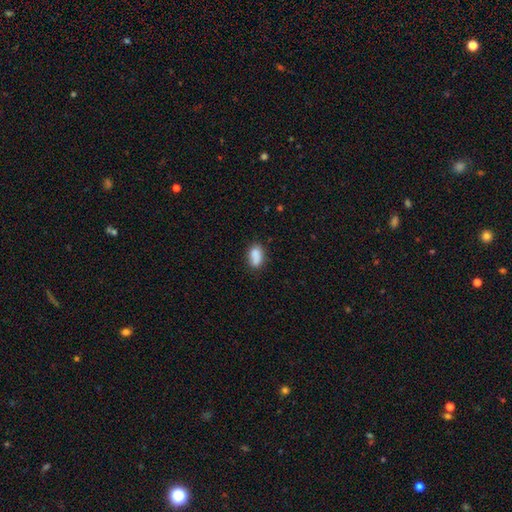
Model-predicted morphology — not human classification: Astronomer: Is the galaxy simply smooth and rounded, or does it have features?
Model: smooth — 85%.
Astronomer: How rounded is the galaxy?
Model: in between — 87%.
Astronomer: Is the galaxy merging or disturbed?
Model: none — 66%.